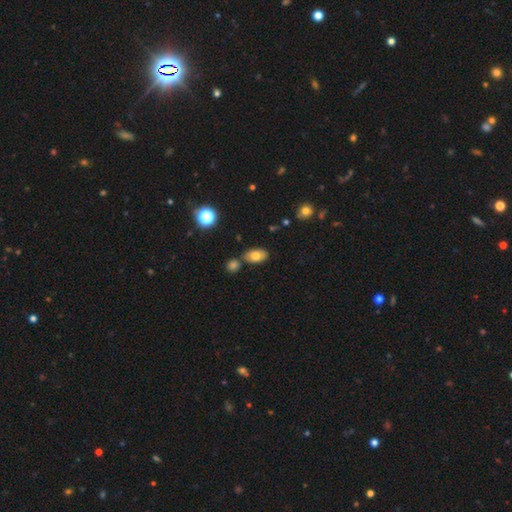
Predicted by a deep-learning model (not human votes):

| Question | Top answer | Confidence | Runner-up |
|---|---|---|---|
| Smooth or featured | smooth | 76% | featured or disk (15%) |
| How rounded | in between | 92% | round (6%) |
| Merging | none | 74% | merger (12%) |